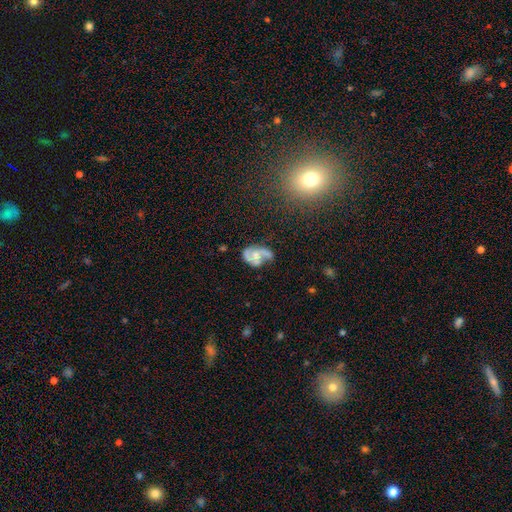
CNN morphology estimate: smooth-or-featured: featured or disk: 76% | smooth: 16% | star or artifact: 7%
  disk-edge-on: no: 98% | yes: 2%
    bar: no: 61% | weak: 32% | strong: 7%
    has-spiral-arms: yes: 90% | no: 10%
      spiral-winding: medium: 46% | loose: 37% | tight: 17%
      spiral-arm-count: 2: 80% | can't tell: 7% | 3: 6% | 1: 5% | 4: 2% | more than 4: 2%
    bulge-size: moderate: 36% | small: 34% | none: 24% | large: 6% | dominant: 2%
  merging: none: 44% | minor disturbance: 25% | major disturbance: 20% | merger: 11%